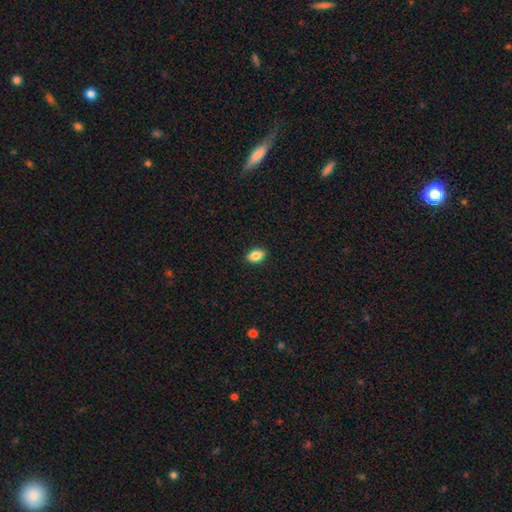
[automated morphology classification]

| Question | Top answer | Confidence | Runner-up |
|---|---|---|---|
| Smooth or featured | smooth | 86% | star or artifact (8%) |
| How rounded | in between | 88% | round (10%) |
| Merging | none | 90% | minor disturbance (8%) |